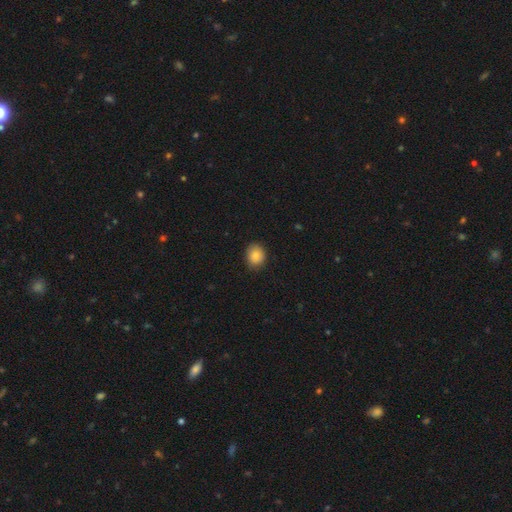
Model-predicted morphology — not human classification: Q: Smooth or featured?
A: smooth (85%); runner-up: star or artifact (9%)
Q: How rounded?
A: round (64%); runner-up: in between (35%)
Q: Merging?
A: none (87%); runner-up: minor disturbance (10%)